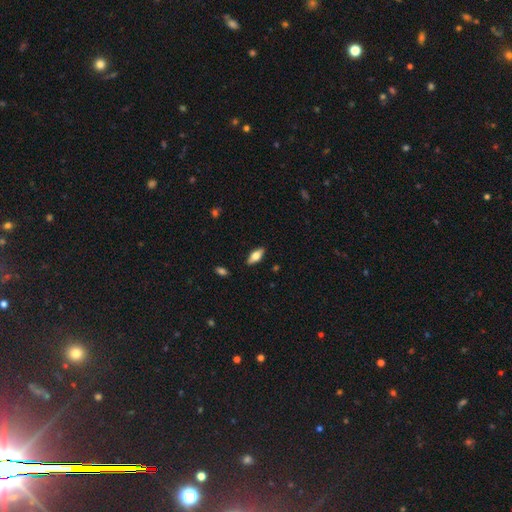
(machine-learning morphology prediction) type=smooth (62%); roundness=in between (78%); merging=none (87%).